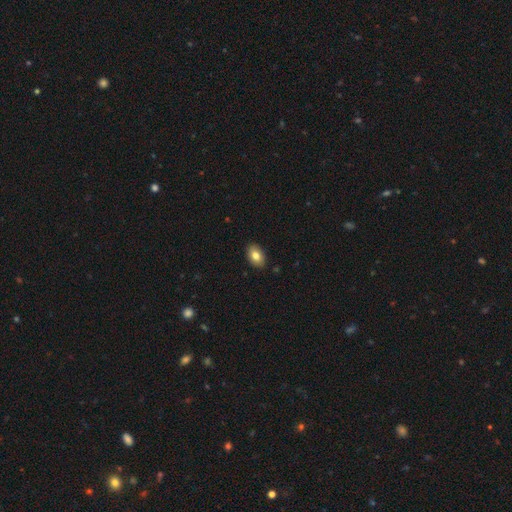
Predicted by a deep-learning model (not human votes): This is clearly a smooth galaxy (82%). How rounded: clearly in between (89%). Merging: clearly none (89%).